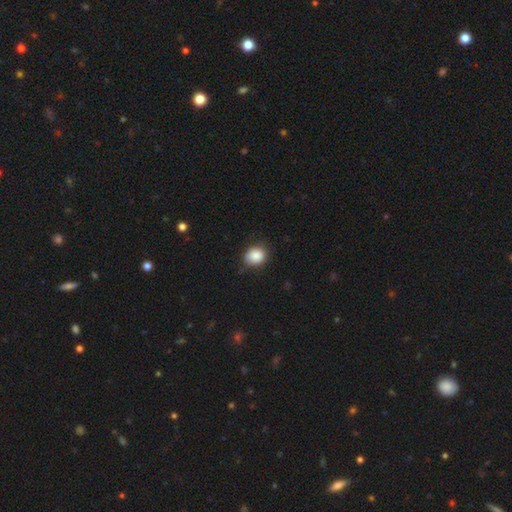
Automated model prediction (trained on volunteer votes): Smooth or featured? Predicted: smooth (p=0.87). How rounded? Predicted: round (p=0.67). Merging? Predicted: none (p=0.76).